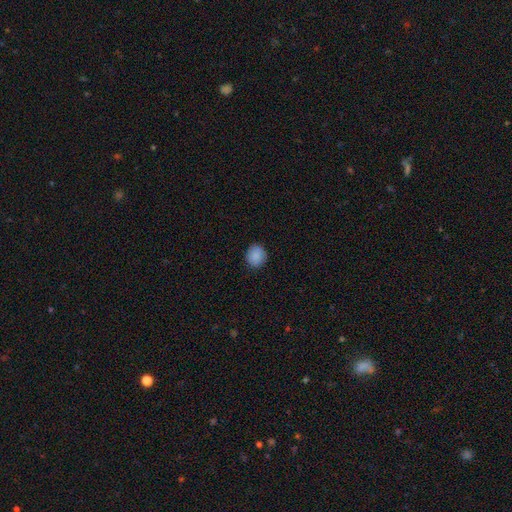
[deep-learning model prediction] The model was most divided on "how rounded": round: 84%, in between: 15%, cigar-shaped: 1%. More confident: merging — none (89%); smooth or featured — smooth (88%).